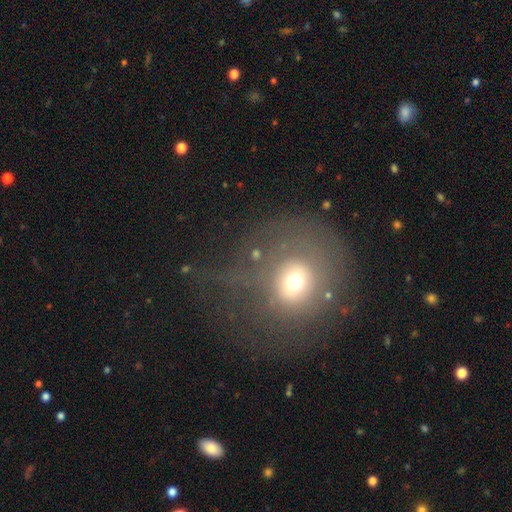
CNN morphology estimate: Smooth or featured? smooth (55%)
How rounded? round (83%)
Merging? none (52%)